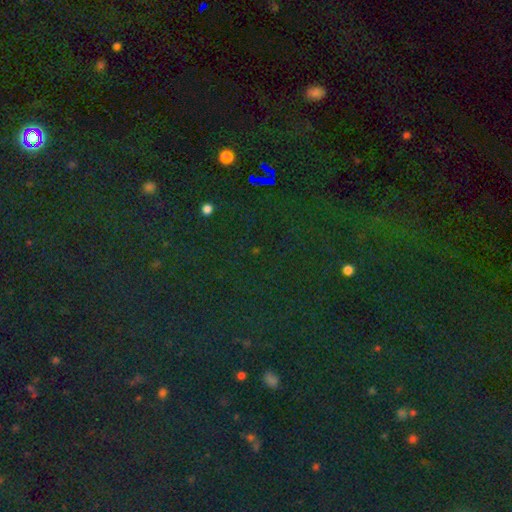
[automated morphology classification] Smooth or featured? star or artifact (82%)